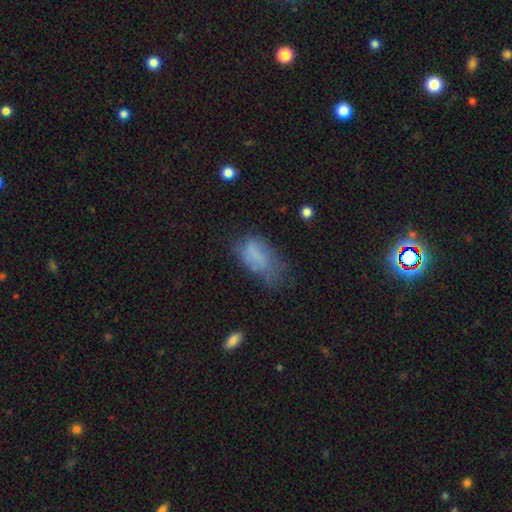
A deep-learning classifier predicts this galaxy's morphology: Q: Smooth or featured?
A: smooth (65%); runner-up: featured or disk (23%)
Q: How rounded?
A: in between (89%); runner-up: cigar-shaped (5%)
Q: Merging?
A: minor disturbance (34%); runner-up: major disturbance (31%)